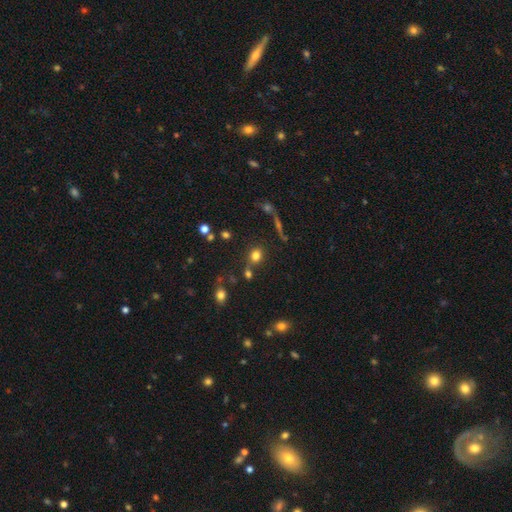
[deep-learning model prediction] Smooth or featured?
  - smooth: 77% *
  - star or artifact: 15%
  - featured or disk: 8%
How rounded?
  - round: 74% *
  - in between: 25%
  - cigar-shaped: 2%
Merging?
  - none: 69% *
  - merger: 16%
  - minor disturbance: 11%
  - major disturbance: 5%